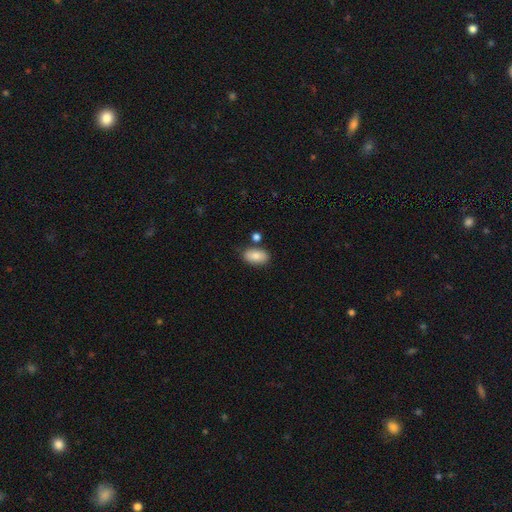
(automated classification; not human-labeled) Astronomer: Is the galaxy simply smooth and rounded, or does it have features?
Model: smooth — 83%.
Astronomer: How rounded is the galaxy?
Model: in between — 93%.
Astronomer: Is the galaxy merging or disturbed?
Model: none — 77%.